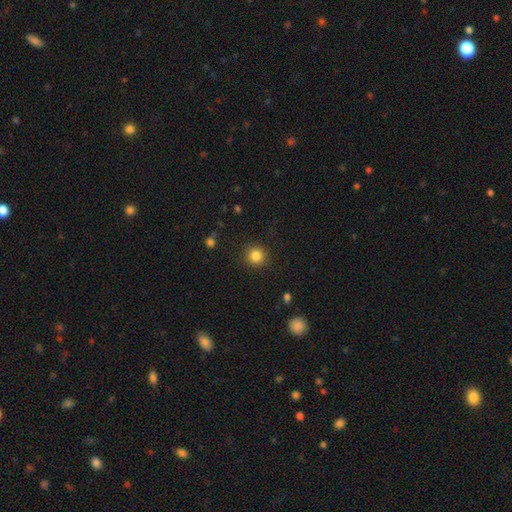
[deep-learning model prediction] smooth_or_featured: smooth (p=0.84) [alt: star or artifact p=0.11]
how_rounded: round (p=0.93) [alt: in between p=0.06]
merging: none (p=0.90) [alt: minor disturbance p=0.06]